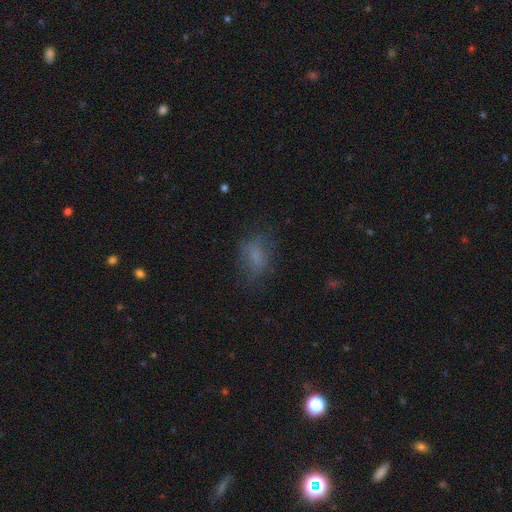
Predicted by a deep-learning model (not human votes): Smooth or featured? Predicted: smooth (p=0.67). How rounded? Predicted: in between (p=0.79). Merging? Predicted: none (p=0.60).